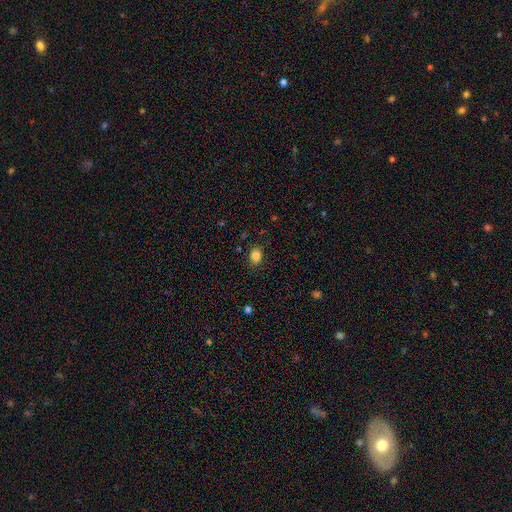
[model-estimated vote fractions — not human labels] This appears to be a smooth galaxy with no disk features (85%) that is round (50%, tied with in between). Merging: none (87%).